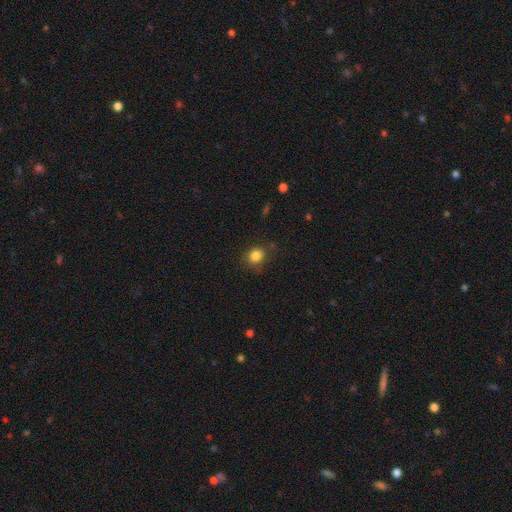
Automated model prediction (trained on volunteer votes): Overall: smooth (83%). How rounded: round (76%). Merging: none (78%).